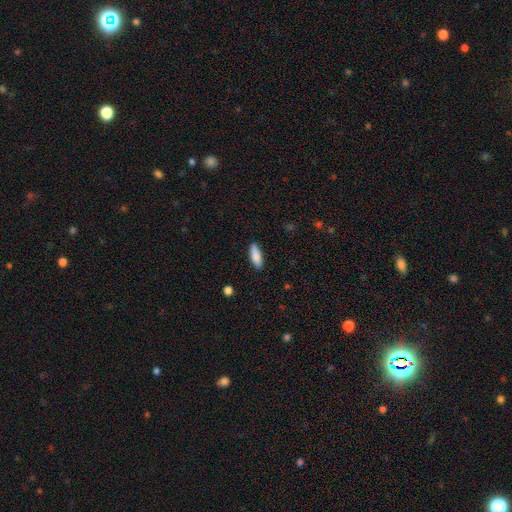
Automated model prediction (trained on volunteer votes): This appears to be a smooth galaxy with no disk features (85%) that is in between round and cigar-shaped (60%). Merging: none (88%).